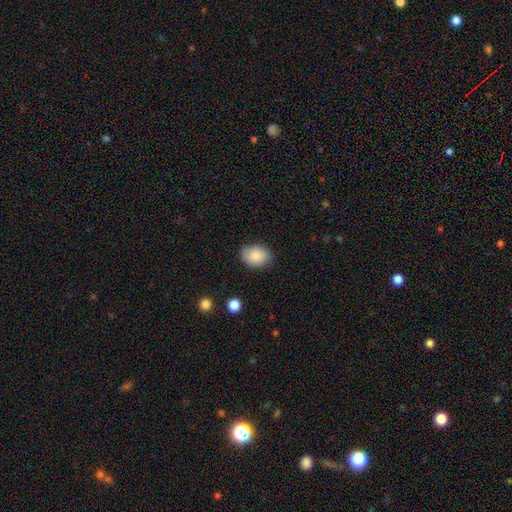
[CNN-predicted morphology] Smooth or featured?
  - smooth: 87% *
  - star or artifact: 8%
  - featured or disk: 6%
How rounded?
  - in between: 66% *
  - round: 33%
  - cigar-shaped: 1%
Merging?
  - none: 82% *
  - minor disturbance: 14%
  - major disturbance: 3%
  - merger: 1%